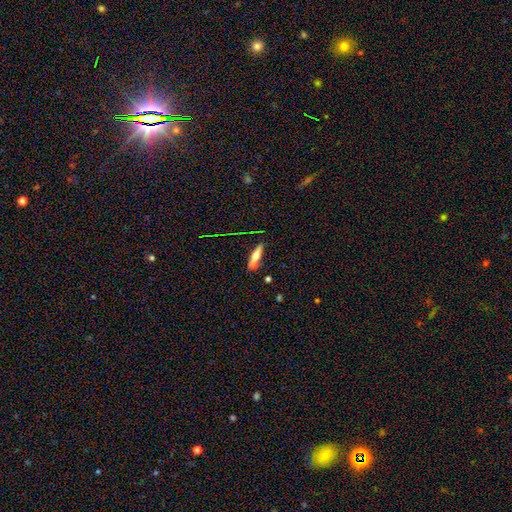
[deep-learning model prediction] Smooth or featured? smooth (51%)
How rounded? cigar-shaped (57%)
Merging? none (42%)